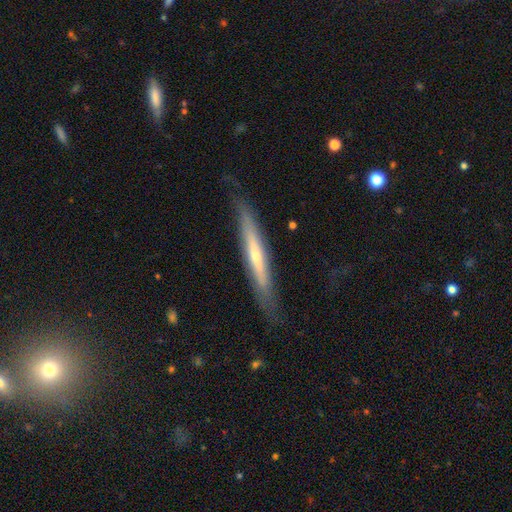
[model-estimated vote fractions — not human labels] The model was most divided on "edge-on bulge": rounded: 53%, none: 42%, boxy: 6%. More confident: edge-on disk — yes (89%); merging — none (79%); smooth or featured — featured or disk (62%).